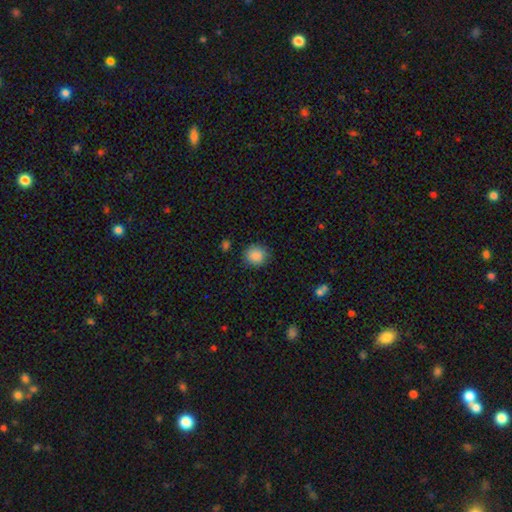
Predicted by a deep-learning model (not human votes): Smooth or featured? Predicted: smooth (p=0.88). How rounded? Predicted: round (p=0.88). Merging? Predicted: none (p=0.88).